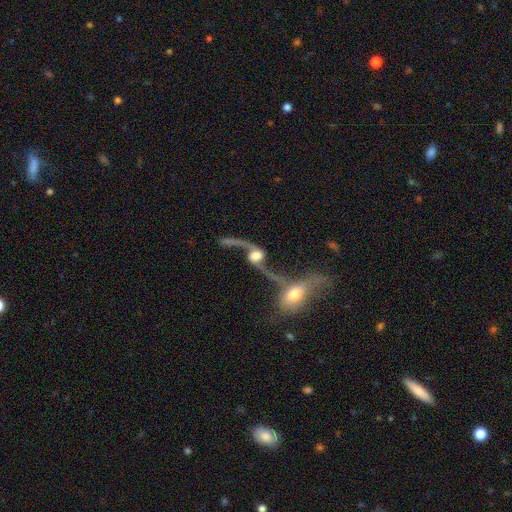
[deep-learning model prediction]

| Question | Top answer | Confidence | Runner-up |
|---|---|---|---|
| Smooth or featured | featured or disk | 84% | smooth (9%) |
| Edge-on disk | no | 89% | yes (11%) |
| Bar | no | 55% | weak (31%) |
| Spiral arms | yes | 91% | no (9%) |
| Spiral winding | loose | 93% | medium (5%) |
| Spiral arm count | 2 | 91% | 1 (4%) |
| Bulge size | moderate | 43% | large (32%) |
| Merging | merger | 54% | none (26%) |